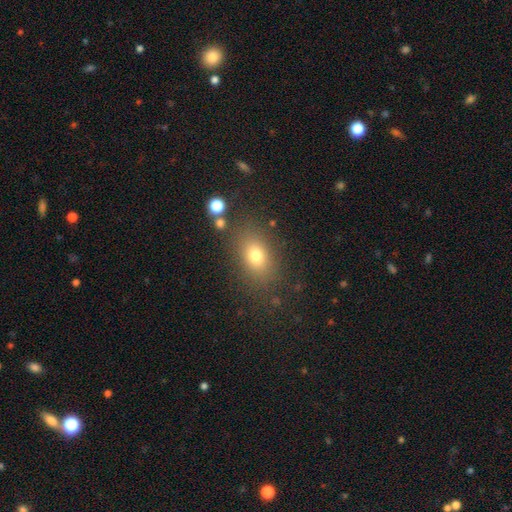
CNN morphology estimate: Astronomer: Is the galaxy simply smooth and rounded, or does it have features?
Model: smooth — 74%.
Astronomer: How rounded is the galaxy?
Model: in between — 73%.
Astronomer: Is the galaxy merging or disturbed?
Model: none — 80%.